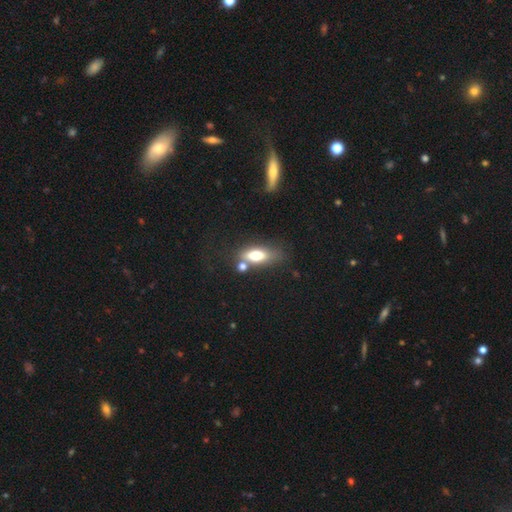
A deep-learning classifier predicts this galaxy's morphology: type=smooth (67%); roundness=in between (72%); merging=none (52%).